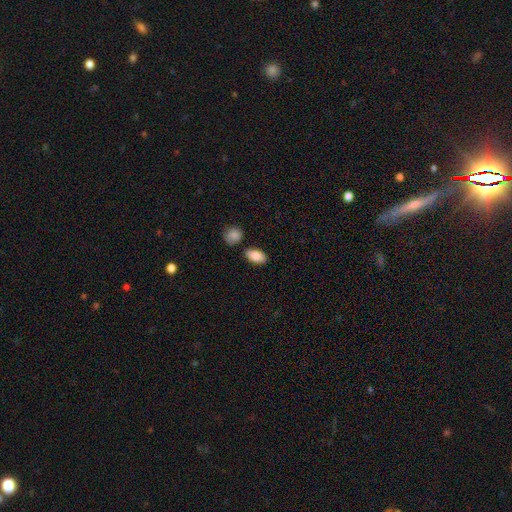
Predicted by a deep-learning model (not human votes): Smooth or featured: smooth — 86% (featured or disk — 7%)
How rounded: in between — 93% (round — 5%)
Merging: none — 82% (minor disturbance — 11%)